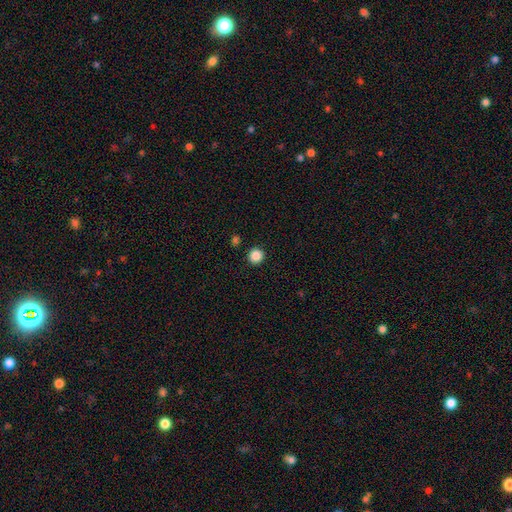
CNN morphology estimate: This is clearly a smooth galaxy (87%). How rounded: clearly round (95%). Merging: clearly none (92%).